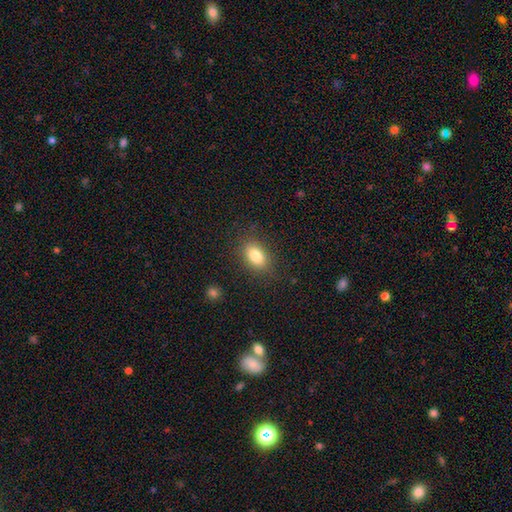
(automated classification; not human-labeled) Overall: smooth (82%). How rounded: in between (85%). Merging: none (84%).